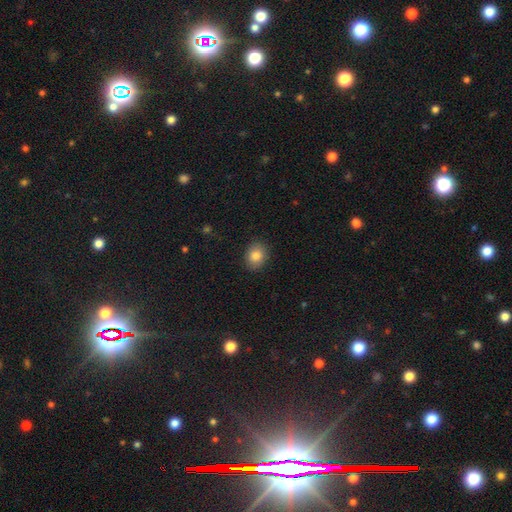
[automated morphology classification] Smooth or featured? smooth (84%)
How rounded? round (52%)
Merging? none (88%)